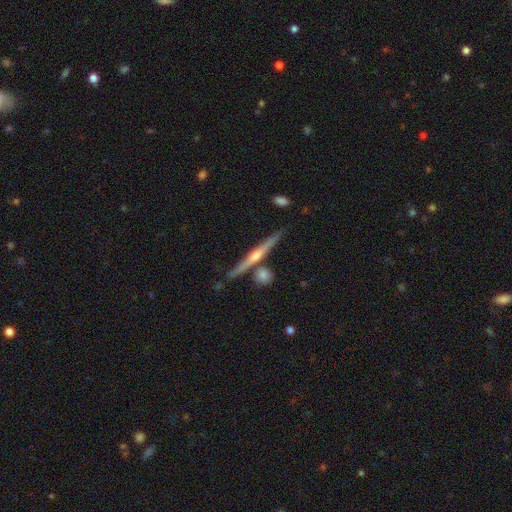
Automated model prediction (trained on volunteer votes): This is likely a featured or disk galaxy (77%). It is clearly viewed edge-on (98%). Edge-on bulge: likely rounded (79%). Merging: clearly none (82%).